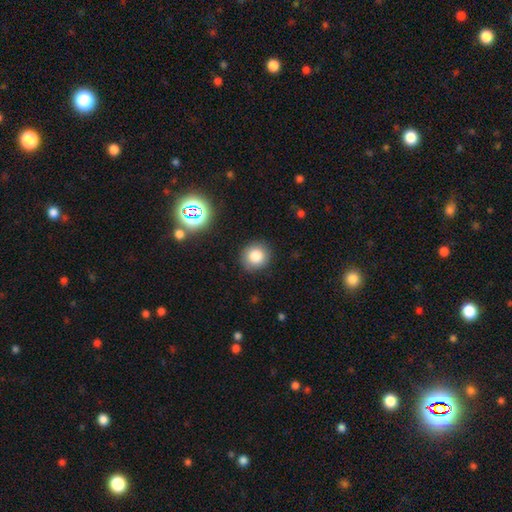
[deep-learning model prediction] Smooth or featured: smooth — 80% (star or artifact — 13%)
How rounded: round — 87% (in between — 12%)
Merging: none — 88% (minor disturbance — 8%)